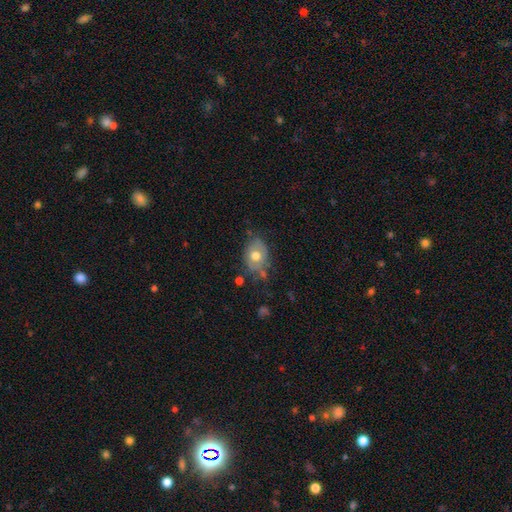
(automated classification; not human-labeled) A smooth galaxy with no disk features (63%) that is in between round and cigar-shaped (71%). Merging: none (58%).